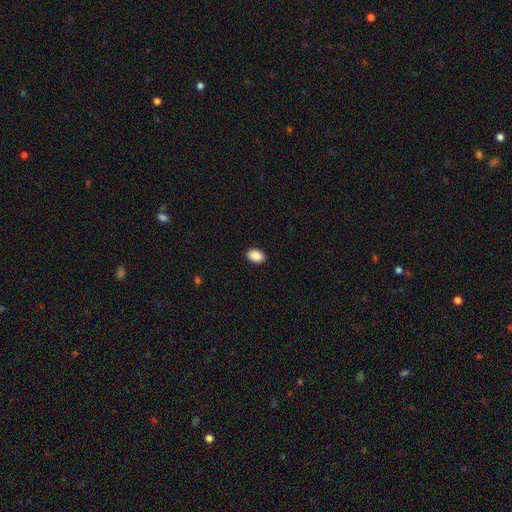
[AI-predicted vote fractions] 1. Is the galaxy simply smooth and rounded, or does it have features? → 90% smooth, 7% star or artifact, 2% featured or disk.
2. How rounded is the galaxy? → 80% in between, 19% round, 1% cigar-shaped.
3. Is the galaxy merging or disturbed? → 91% none, 7% minor disturbance, 2% major disturbance, 1% merger.